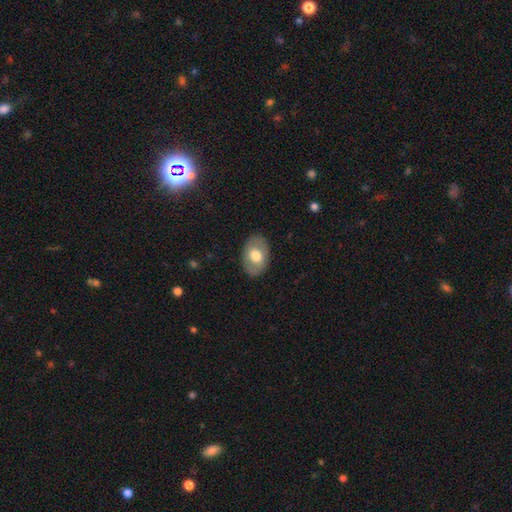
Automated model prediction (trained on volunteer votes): Smooth or featured?
  - smooth: 64% *
  - featured or disk: 30%
  - star or artifact: 6%
How rounded?
  - in between: 83% *
  - round: 16%
  - cigar-shaped: 1%
Merging?
  - none: 85% *
  - minor disturbance: 11%
  - major disturbance: 3%
  - merger: 1%